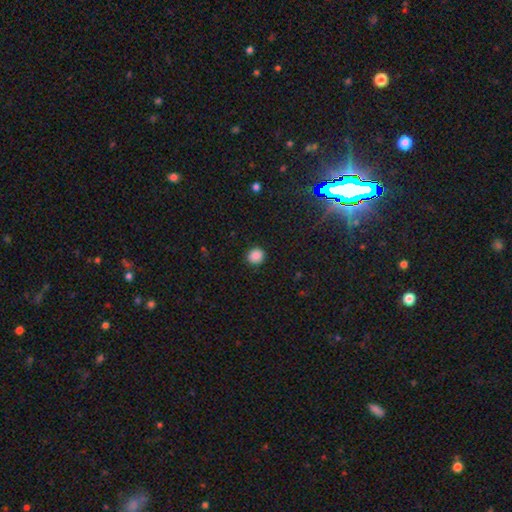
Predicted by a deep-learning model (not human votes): Smooth or featured? smooth (88%)
How rounded? round (84%)
Merging? none (90%)